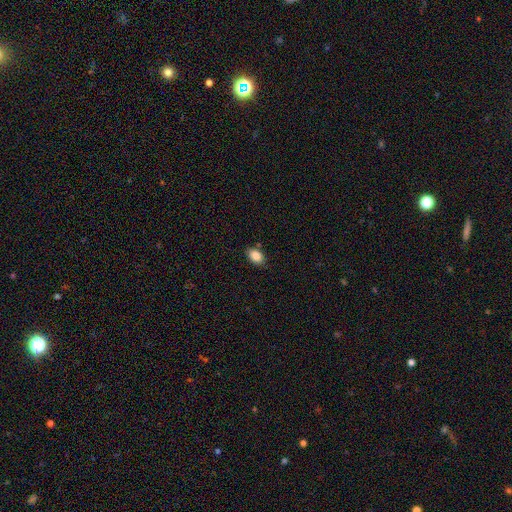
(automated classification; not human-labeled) A smooth galaxy with no disk features (87%) that is in between round and cigar-shaped (83%).

Vote fractions:
- Smooth or featured? smooth: 87% / star or artifact: 8% / featured or disk: 5%
- How rounded? in between: 83% / round: 15% / cigar-shaped: 1%
- Merging? none: 82% / minor disturbance: 13% / major disturbance: 3% / merger: 3%